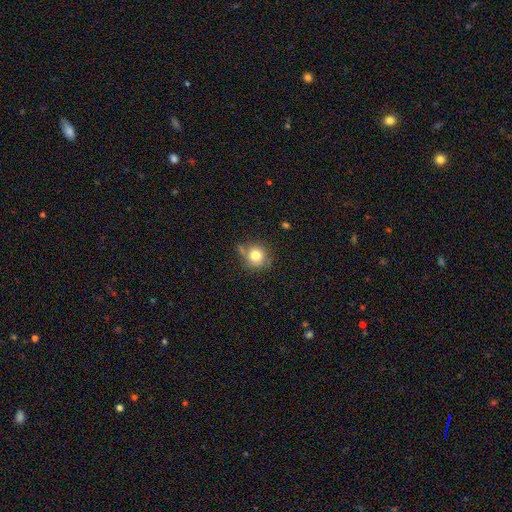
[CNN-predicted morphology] smooth-or-featured: smooth: 79% | star or artifact: 11% | featured or disk: 10%
  how-rounded: round: 89% | in between: 10% | cigar-shaped: 1%
  merging: none: 69% | minor disturbance: 18% | merger: 9% | major disturbance: 4%